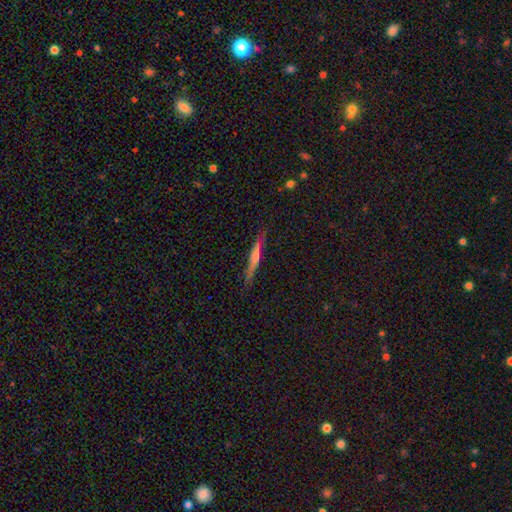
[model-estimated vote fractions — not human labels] A featured or disk galaxy (54%) viewed edge-on (96%) with a rounded central bulge (55%).

Vote fractions:
- Smooth or featured? featured or disk: 54% / smooth: 38% / star or artifact: 8%
- Edge-on disk? yes: 96% / no: 4%
- Edge-on bulge? rounded: 55% / none: 32% / boxy: 12%
- Merging? none: 85% / minor disturbance: 11% / major disturbance: 2% / merger: 2%